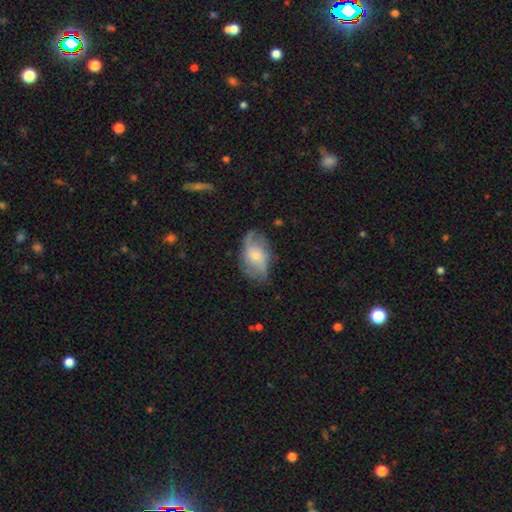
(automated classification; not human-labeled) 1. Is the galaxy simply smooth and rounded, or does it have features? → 54% featured or disk, 39% smooth, 7% star or artifact.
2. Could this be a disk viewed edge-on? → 94% no, 6% yes.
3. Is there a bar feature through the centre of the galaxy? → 67% no, 28% weak, 5% strong.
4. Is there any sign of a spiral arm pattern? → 77% yes, 23% no.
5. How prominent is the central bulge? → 52% small, 39% moderate, 4% large, 4% none, 1% dominant.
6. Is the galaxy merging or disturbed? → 60% none, 27% minor disturbance, 12% major disturbance, 2% merger.